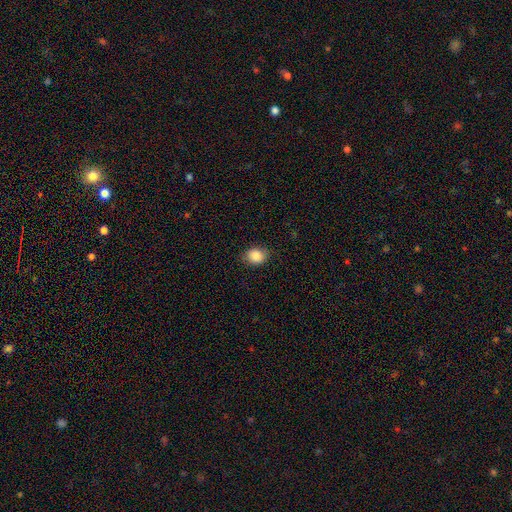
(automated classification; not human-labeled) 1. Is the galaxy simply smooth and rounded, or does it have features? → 87% smooth, 8% star or artifact, 5% featured or disk.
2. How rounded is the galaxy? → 51% round, 48% in between, 1% cigar-shaped.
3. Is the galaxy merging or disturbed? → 83% none, 13% minor disturbance, 3% major disturbance, 1% merger.